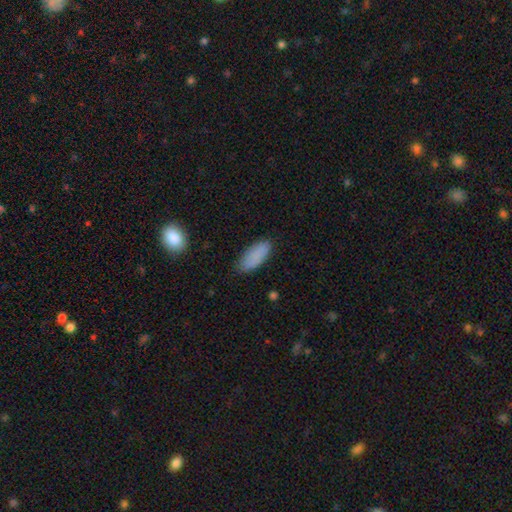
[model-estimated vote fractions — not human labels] Q: Smooth or featured?
A: smooth (87%); runner-up: star or artifact (7%)
Q: How rounded?
A: in between (82%); runner-up: cigar-shaped (16%)
Q: Merging?
A: none (81%); runner-up: minor disturbance (15%)